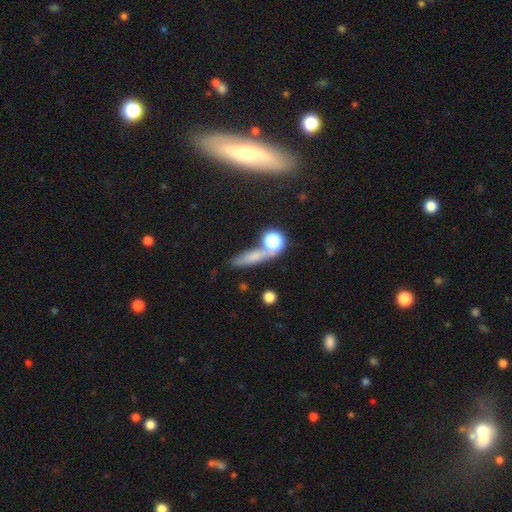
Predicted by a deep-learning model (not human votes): smooth 58%, star or artifact 22%, featured or disk 20%. Down the decision tree: how rounded — cigar-shaped (53%); merging — none (61%).